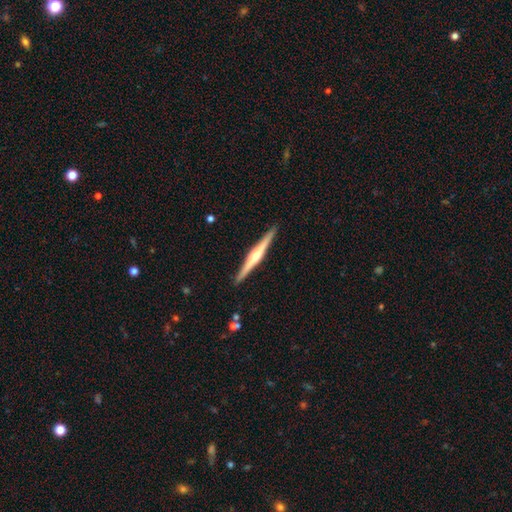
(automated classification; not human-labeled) smooth_or_featured: featured or disk (p=0.78) [alt: smooth p=0.17]
disk_edge_on: yes (p=0.98) [alt: no p=0.02]
edge_on_bulge: rounded (p=0.89) [alt: none p=0.06]
merging: none (p=0.92) [alt: minor disturbance p=0.06]